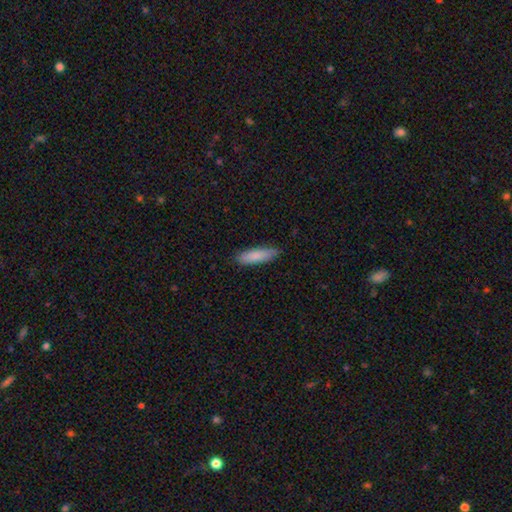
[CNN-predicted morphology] smooth-or-featured: smooth: 85% | featured or disk: 9% | star or artifact: 6%
  how-rounded: cigar-shaped: 66% | in between: 33% | round: 1%
  merging: none: 87% | minor disturbance: 10% | major disturbance: 2% | merger: 1%